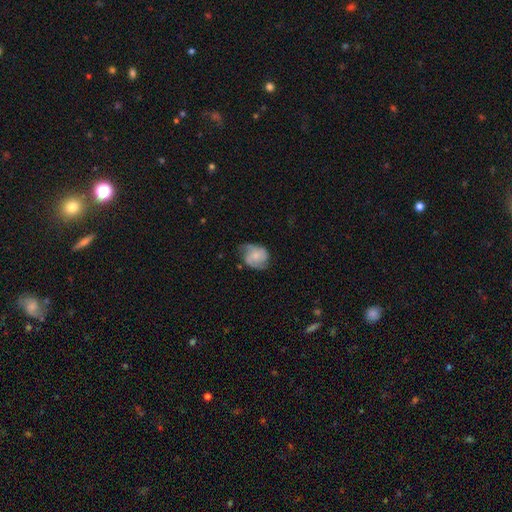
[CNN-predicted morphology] Smooth or featured: featured or disk — 56% (smooth — 36%)
Edge-on disk: no — 97% (yes — 3%)
Bar: no — 67% (weak — 27%)
Spiral arms: yes — 90% (no — 10%)
Bulge size: small — 36% (moderate — 29%)
Merging: none — 57% (minor disturbance — 29%)